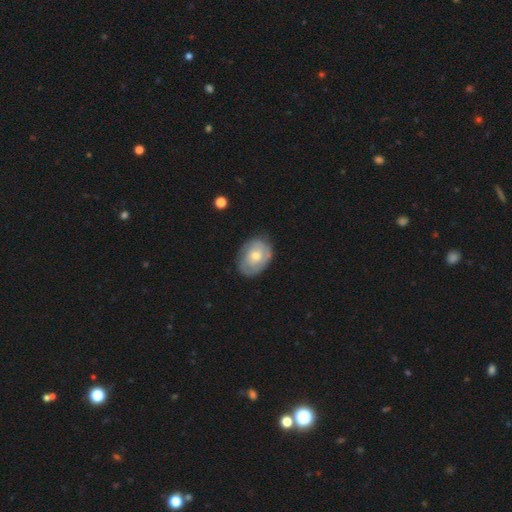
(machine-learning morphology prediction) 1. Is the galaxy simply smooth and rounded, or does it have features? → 49% smooth, 45% featured or disk, 6% star or artifact.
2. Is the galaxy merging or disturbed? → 73% none, 20% minor disturbance, 5% major disturbance, 1% merger.